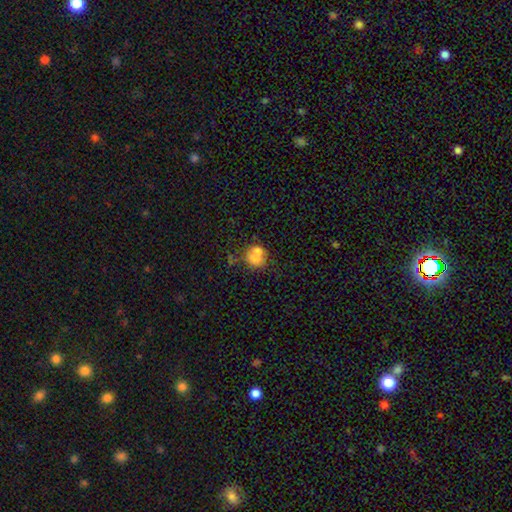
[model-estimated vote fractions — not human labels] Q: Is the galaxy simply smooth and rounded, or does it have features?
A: smooth — 67%.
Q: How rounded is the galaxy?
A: round — 75%.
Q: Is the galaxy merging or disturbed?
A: merger — 42%.